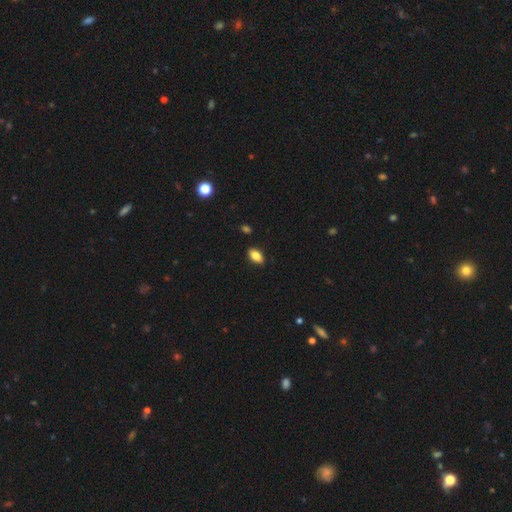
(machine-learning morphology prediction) smooth-or-featured: smooth: 84% | star or artifact: 8% | featured or disk: 7%
  how-rounded: in between: 91% | round: 6% | cigar-shaped: 3%
  merging: none: 88% | minor disturbance: 9% | major disturbance: 2% | merger: 1%